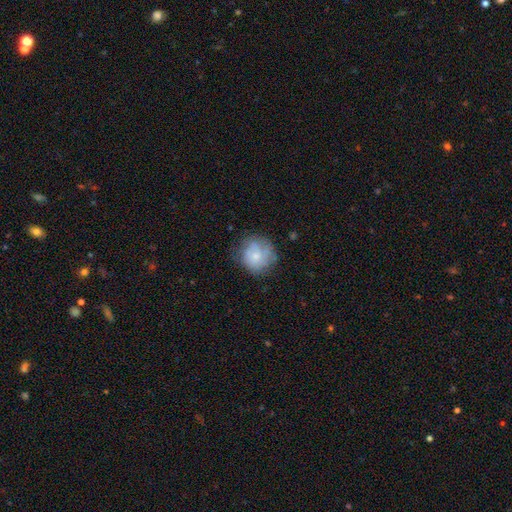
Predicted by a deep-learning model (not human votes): Smooth or featured?
  - smooth: 62% *
  - featured or disk: 29%
  - star or artifact: 8%
How rounded?
  - round: 87% *
  - in between: 12%
  - cigar-shaped: 1%
Merging?
  - none: 63% *
  - minor disturbance: 24%
  - major disturbance: 10%
  - merger: 2%